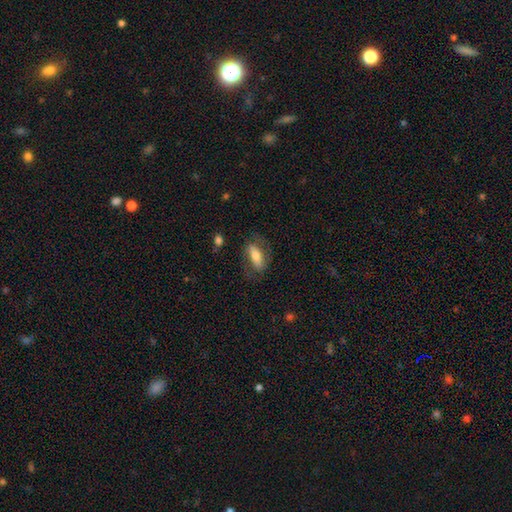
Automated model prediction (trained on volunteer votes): The model was most divided on "smooth or featured": smooth: 60%, featured or disk: 33%, star or artifact: 7%. More confident: how rounded — in between (76%); merging — none (67%).